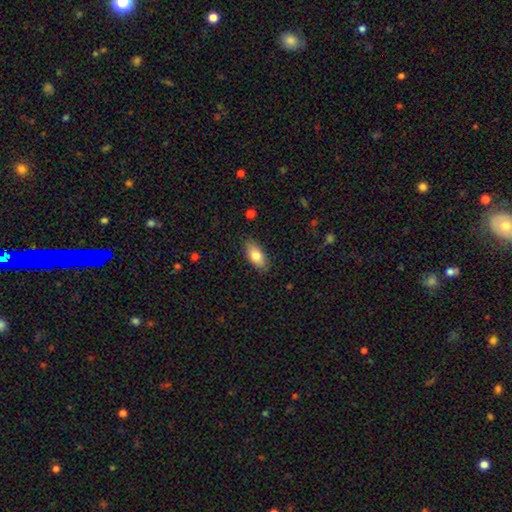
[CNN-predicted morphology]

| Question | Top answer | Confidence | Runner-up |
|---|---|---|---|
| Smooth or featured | smooth | 78% | featured or disk (15%) |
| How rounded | in between | 89% | cigar-shaped (8%) |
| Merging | none | 86% | minor disturbance (11%) |